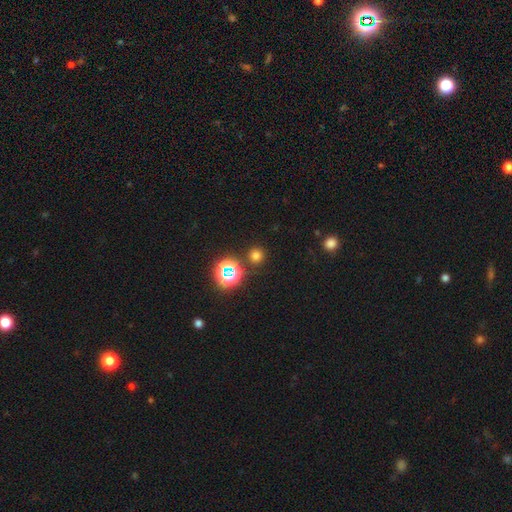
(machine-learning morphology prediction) The model was most divided on "smooth or featured": smooth: 68%, star or artifact: 26%, featured or disk: 6%. More confident: how rounded — round (92%); merging — none (87%).